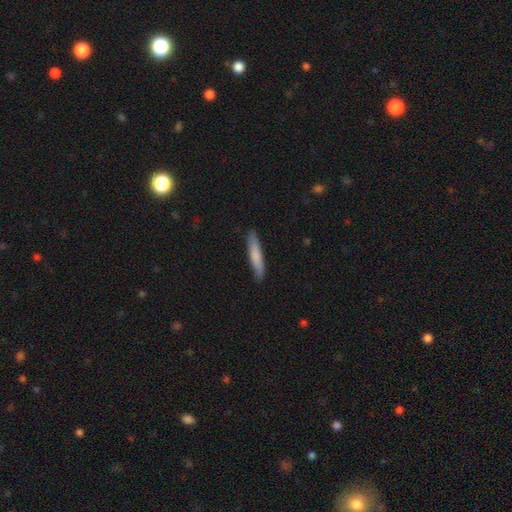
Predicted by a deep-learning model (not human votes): Morphology: type=smooth (76%); roundness=cigar-shaped (91%); merging=none (89%).